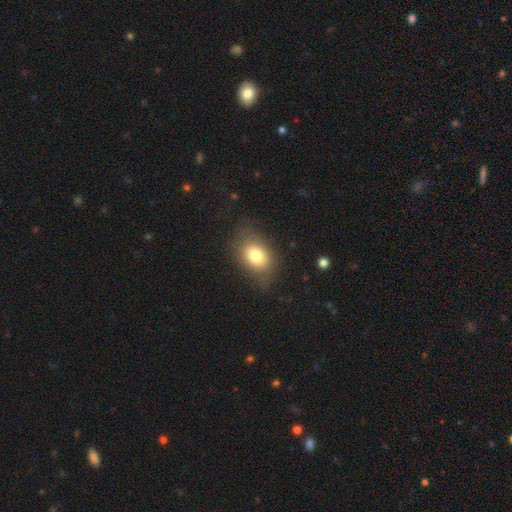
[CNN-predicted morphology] A smooth galaxy with no disk features (78%) that is in between round and cigar-shaped (79%). Merging: none (72%).